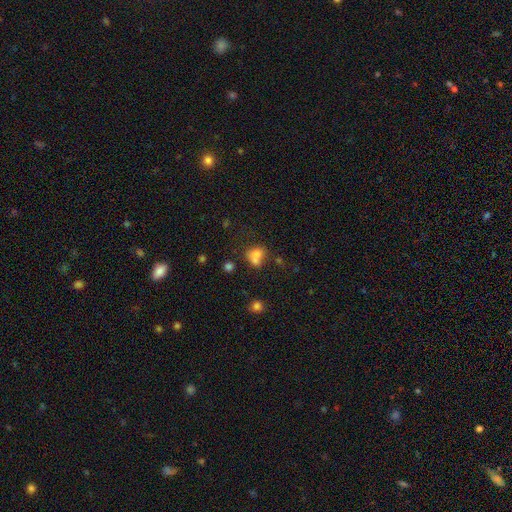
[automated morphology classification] Smooth or featured: smooth — 72% (star or artifact — 14%)
How rounded: in between — 54% (round — 44%)
Merging: merger — 47% (none — 30%)